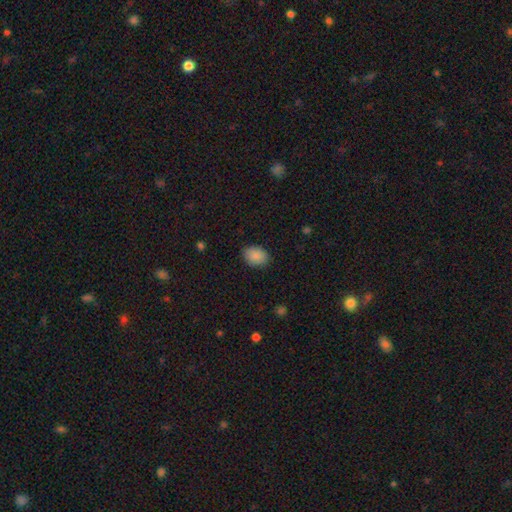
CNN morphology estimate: Overall: smooth (89%). How rounded: in between (69%; round 30%). Merging: none (85%).